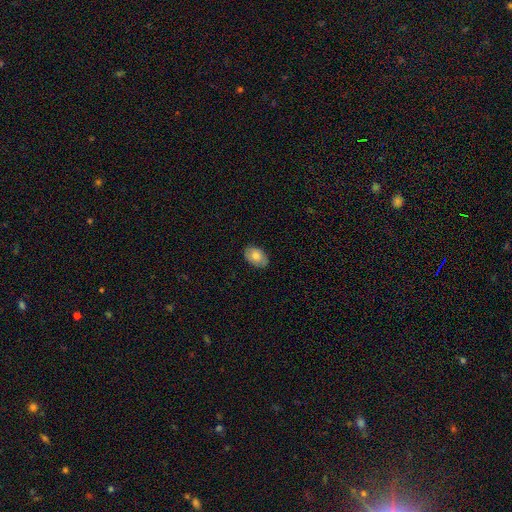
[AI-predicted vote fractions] Smooth or featured: smooth — 75% (featured or disk — 18%)
How rounded: in between — 87% (round — 11%)
Merging: none — 84% (minor disturbance — 12%)